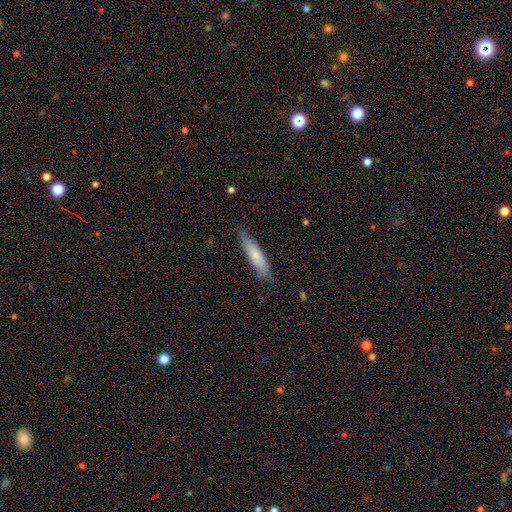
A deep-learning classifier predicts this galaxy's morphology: smooth 74%, featured or disk 21%, star or artifact 5%. Down the decision tree: how rounded — cigar-shaped (79%); merging — none (81%).